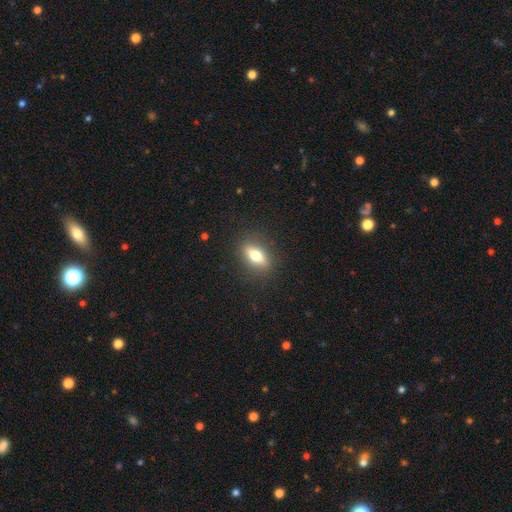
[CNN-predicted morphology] smooth_or_featured: smooth (p=0.68) [alt: featured or disk p=0.23]
how_rounded: in between (p=0.74) [alt: cigar-shaped p=0.18]
merging: none (p=0.86) [alt: minor disturbance p=0.10]